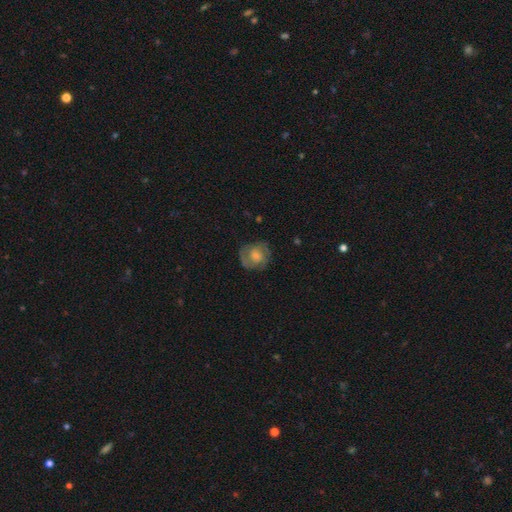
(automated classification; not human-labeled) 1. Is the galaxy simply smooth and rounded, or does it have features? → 48% featured or disk, 44% smooth, 8% star or artifact.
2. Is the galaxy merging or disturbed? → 71% none, 19% minor disturbance, 9% major disturbance, 1% merger.